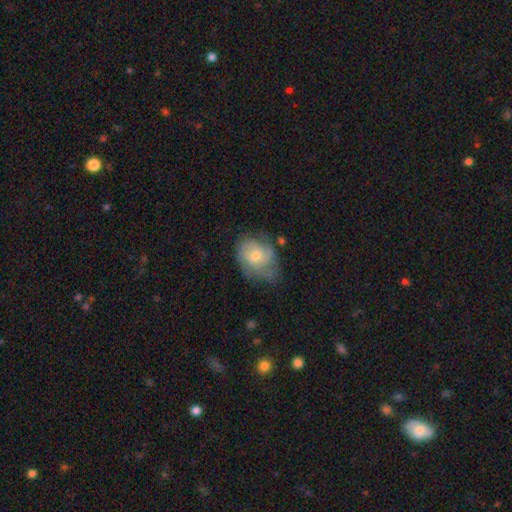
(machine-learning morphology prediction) This appears to be a featured or disk galaxy (49%). Merging: none (50%).